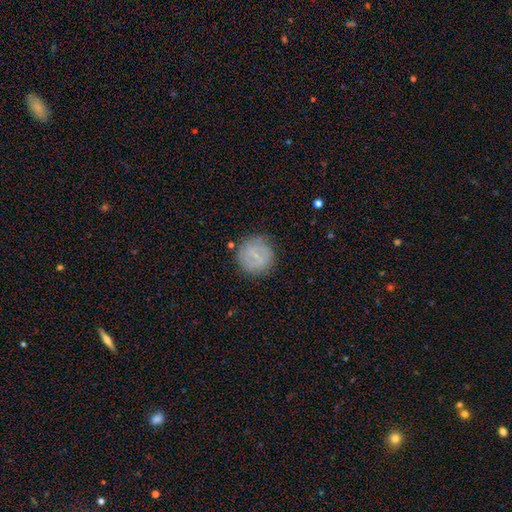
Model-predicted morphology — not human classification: This appears to be a featured or disk galaxy (46%, tied with smooth). Merging: none (81%).